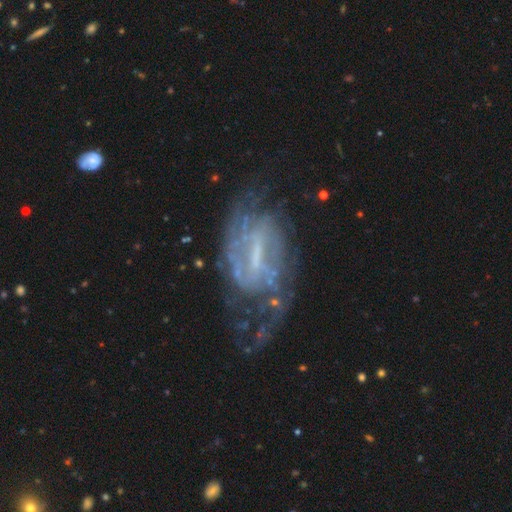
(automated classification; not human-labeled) Overall: featured or disk (81%). Edge-on disk: no (95%). Bar: weak (44%; strong 39%). Spiral arms: yes (81%). Spiral arm count: can't tell (42%; 2 37%). Spiral winding: tight (41%; medium 39%). Bulge size: small (38%; none 37%). Merging: none (51%; major disturbance 24%).